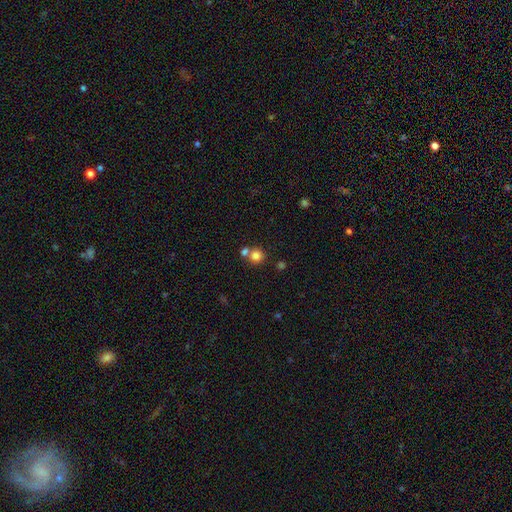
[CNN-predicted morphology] Overall: smooth (81%). How rounded: round (91%). Merging: none (60%; merger 31%).